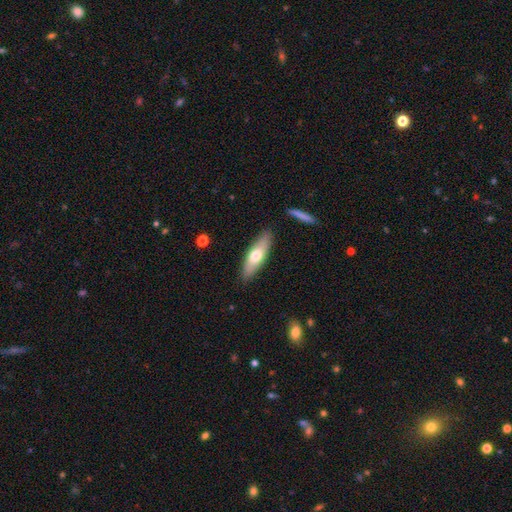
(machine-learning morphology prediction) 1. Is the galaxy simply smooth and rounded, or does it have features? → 62% smooth, 32% featured or disk, 6% star or artifact.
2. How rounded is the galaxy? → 52% cigar-shaped, 46% in between, 2% round.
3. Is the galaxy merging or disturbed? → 87% none, 10% minor disturbance, 2% major disturbance, 2% merger.